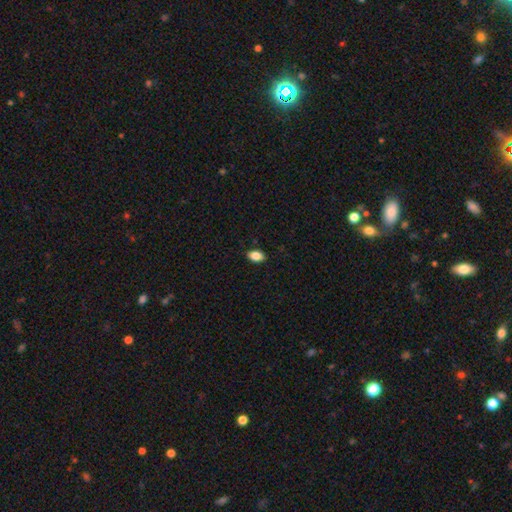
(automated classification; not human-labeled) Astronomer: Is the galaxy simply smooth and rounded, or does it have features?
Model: smooth — 87%.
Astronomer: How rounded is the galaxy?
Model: in between — 89%.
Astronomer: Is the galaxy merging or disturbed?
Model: none — 87%.